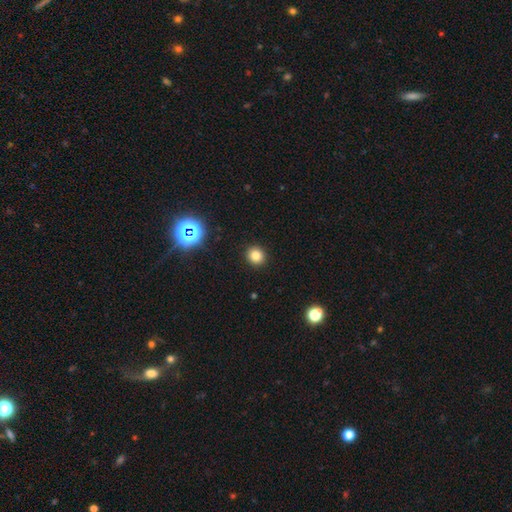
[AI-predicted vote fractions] This is likely a smooth galaxy (80%). How rounded: clearly round (86%). Merging: clearly none (92%).